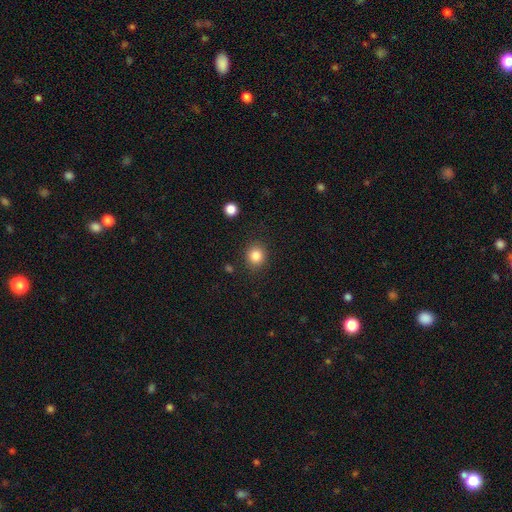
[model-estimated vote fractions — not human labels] Overall: smooth (85%). How rounded: round (84%). Merging: none (88%).